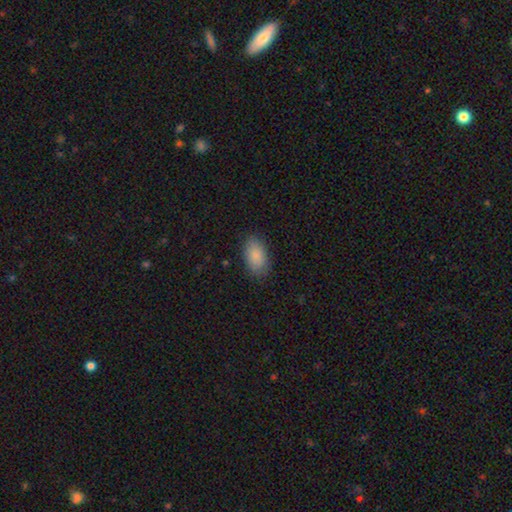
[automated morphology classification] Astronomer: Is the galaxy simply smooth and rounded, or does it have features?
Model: smooth — 88%.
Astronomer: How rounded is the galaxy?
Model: in between — 93%.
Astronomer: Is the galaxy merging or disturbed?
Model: none — 84%.